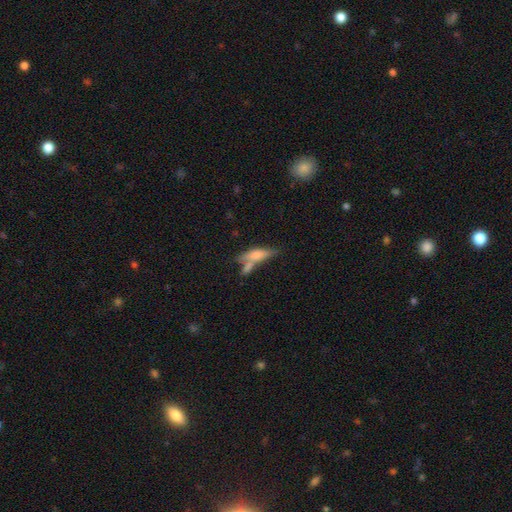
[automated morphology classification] This is possibly a smooth galaxy (56%). How rounded: likely cigar-shaped (64%). Merging: possibly none (45%).